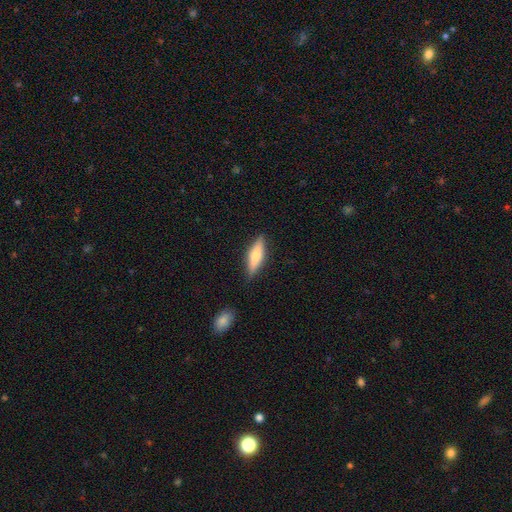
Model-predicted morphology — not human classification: Overall: smooth (57%; featured or disk 37%). How rounded: cigar-shaped (65%; in between 33%). Merging: none (87%).